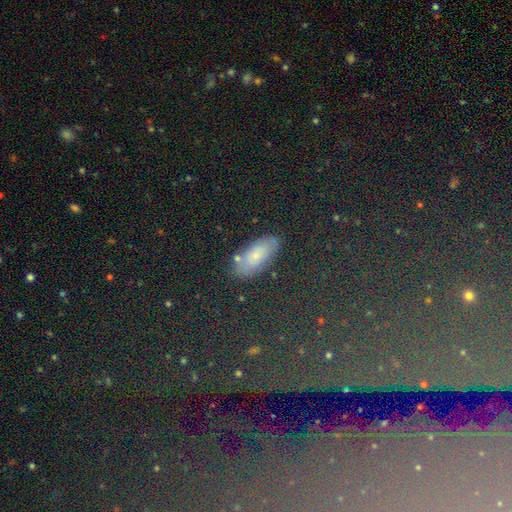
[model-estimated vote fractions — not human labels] A smooth galaxy with no disk features (66%) that is in between round and cigar-shaped (85%). Merging: none (80%).